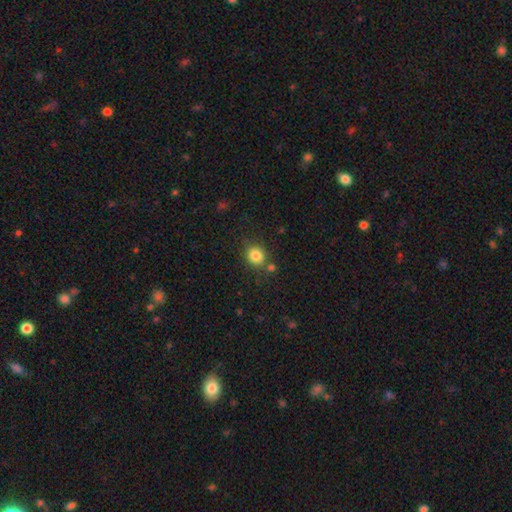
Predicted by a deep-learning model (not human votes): A smooth galaxy with no disk features (83%) that is round (78%). Merging: none (76%).